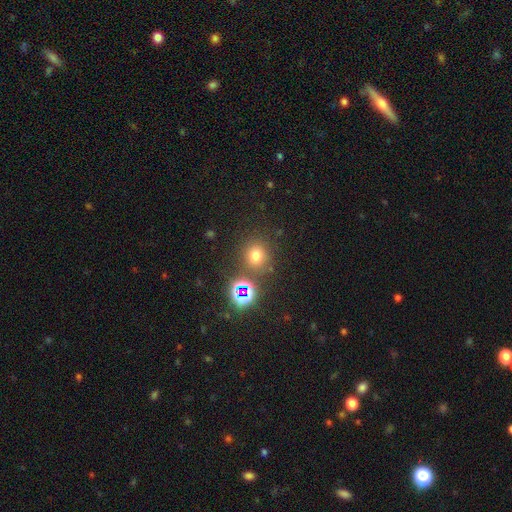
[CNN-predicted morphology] A smooth galaxy with no disk features (67%) that is round (82%).

Vote fractions:
- Smooth or featured? smooth: 67% / star or artifact: 26% / featured or disk: 8%
- How rounded? round: 82% / in between: 17% / cigar-shaped: 1%
- Merging? none: 79% / minor disturbance: 9% / merger: 8% / major disturbance: 4%